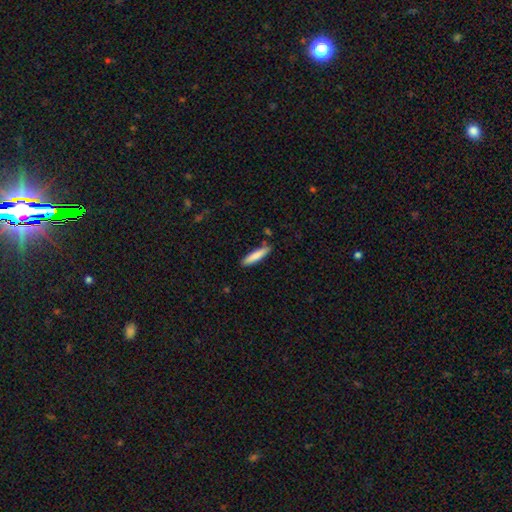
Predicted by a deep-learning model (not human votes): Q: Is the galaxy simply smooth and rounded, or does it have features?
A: smooth — 82%.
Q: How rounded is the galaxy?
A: cigar-shaped — 84%.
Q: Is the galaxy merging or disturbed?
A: none — 85%.